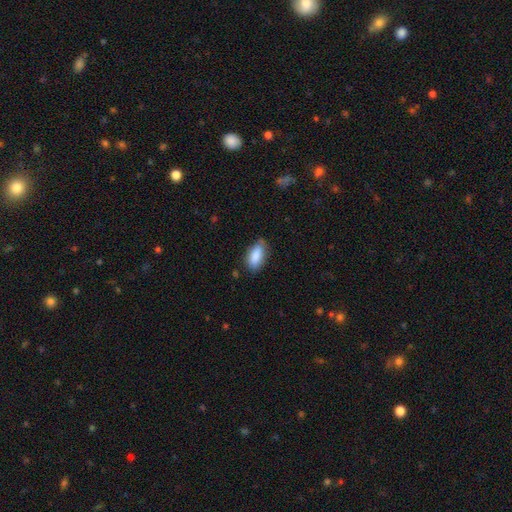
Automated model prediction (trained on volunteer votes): Smooth or featured? smooth (87%)
How rounded? in between (88%)
Merging? none (72%)